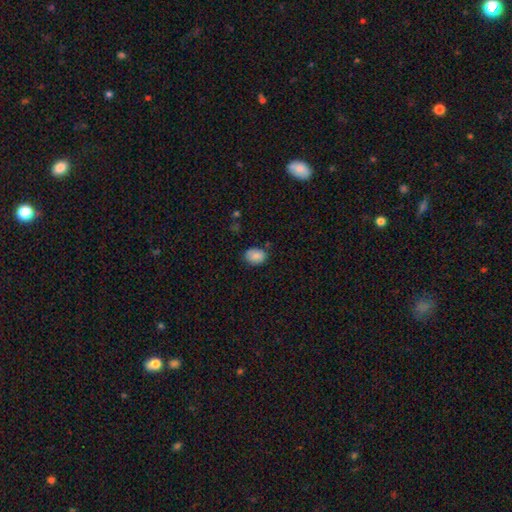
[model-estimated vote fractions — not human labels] This appears to be a smooth galaxy with no disk features (85%) that is in between round and cigar-shaped (65%). Merging: none (73%).